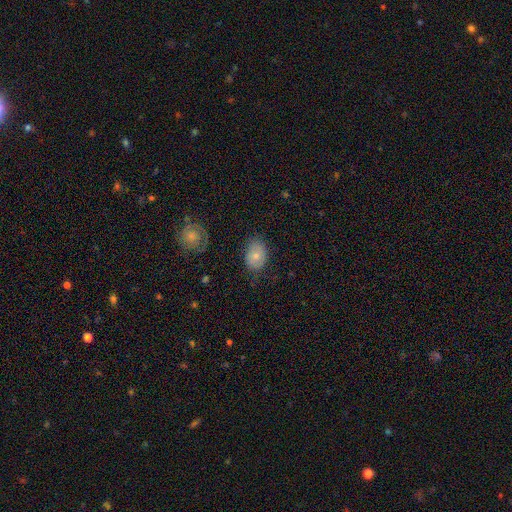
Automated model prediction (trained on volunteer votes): Q: Smooth or featured?
A: smooth (66%); runner-up: featured or disk (26%)
Q: How rounded?
A: in between (75%); runner-up: round (24%)
Q: Merging?
A: none (70%); runner-up: minor disturbance (22%)